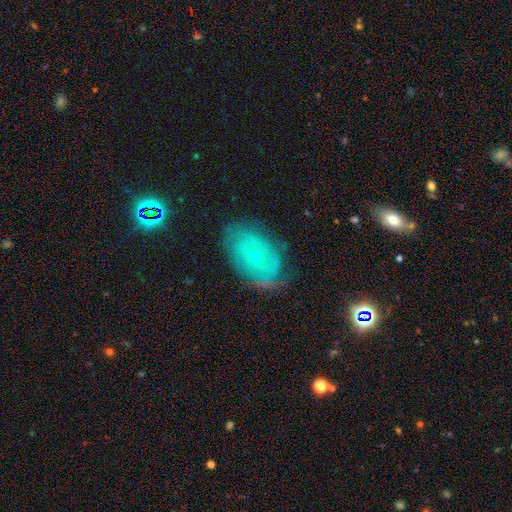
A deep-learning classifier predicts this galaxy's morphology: Smooth or featured: featured or disk — 70% (smooth — 20%)
Edge-on disk: no — 96% (yes — 4%)
Bar: no — 79% (weak — 18%)
Spiral arms: yes — 81% (no — 19%)
Spiral winding: tight — 67% (medium — 25%)
Spiral arm count: can't tell — 52% (2 — 25%)
Bulge size: small — 82% (moderate — 14%)
Merging: none — 67% (minor disturbance — 23%)